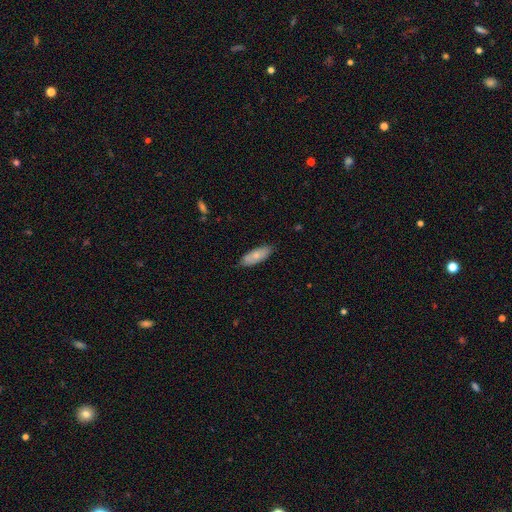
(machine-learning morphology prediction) Smooth or featured?
  - smooth: 72% *
  - featured or disk: 22%
  - star or artifact: 6%
How rounded?
  - in between: 70% *
  - cigar-shaped: 28%
  - round: 2%
Merging?
  - none: 80% *
  - minor disturbance: 16%
  - major disturbance: 2%
  - merger: 1%